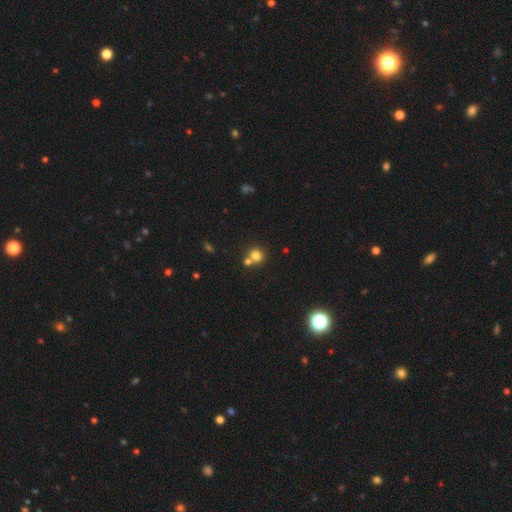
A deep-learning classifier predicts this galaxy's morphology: Overall: smooth (77%). How rounded: round (87%). Merging: none (56%; merger 35%).